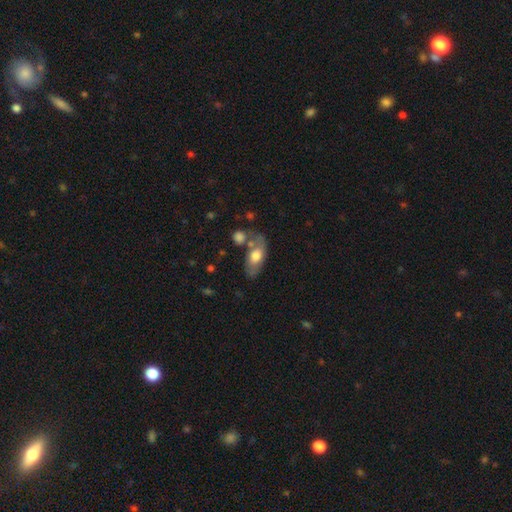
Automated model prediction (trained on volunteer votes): Overall: smooth (64%; featured or disk 30%). How rounded: in between (87%). Merging: none (54%; merger 19%).